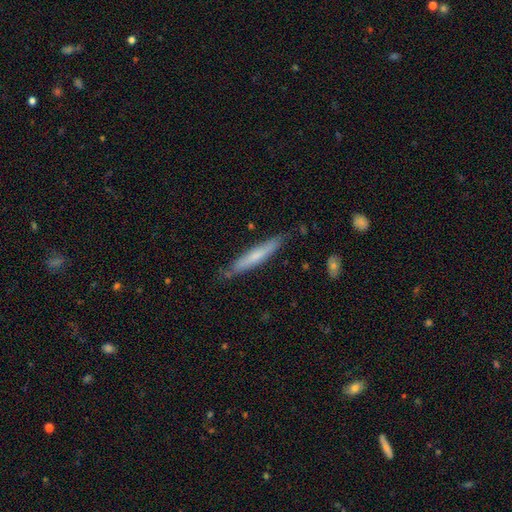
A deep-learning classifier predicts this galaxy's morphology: Smooth or featured? Predicted: smooth (p=0.59). How rounded? Predicted: cigar-shaped (p=0.94). Merging? Predicted: none (p=0.79).